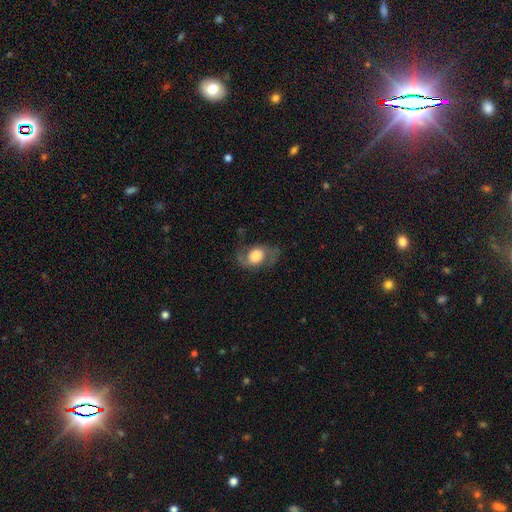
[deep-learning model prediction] Smooth or featured?
  - featured or disk: 59% *
  - smooth: 33%
  - star or artifact: 8%
Edge-on disk?
  - no: 95% *
  - yes: 5%
Bar?
  - no: 70% *
  - weak: 25%
  - strong: 5%
Spiral arms?
  - yes: 84% *
  - no: 16%
Bulge size?
  - large: 54% *
  - moderate: 22%
  - dominant: 17%
  - small: 5%
  - none: 3%
Merging?
  - none: 67% *
  - minor disturbance: 19%
  - major disturbance: 13%
  - merger: 1%